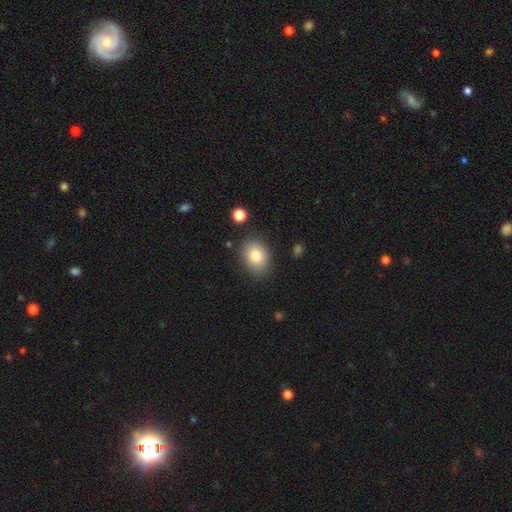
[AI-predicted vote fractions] Smooth or featured?
  - smooth: 81% *
  - featured or disk: 10%
  - star or artifact: 9%
How rounded?
  - in between: 67% *
  - round: 32%
  - cigar-shaped: 1%
Merging?
  - none: 83% *
  - minor disturbance: 12%
  - major disturbance: 3%
  - merger: 2%